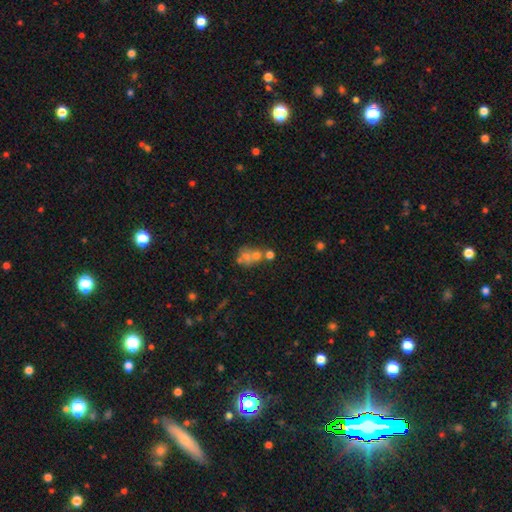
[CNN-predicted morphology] type=smooth (54%); roundness=round (63%); merging=merger (48%).